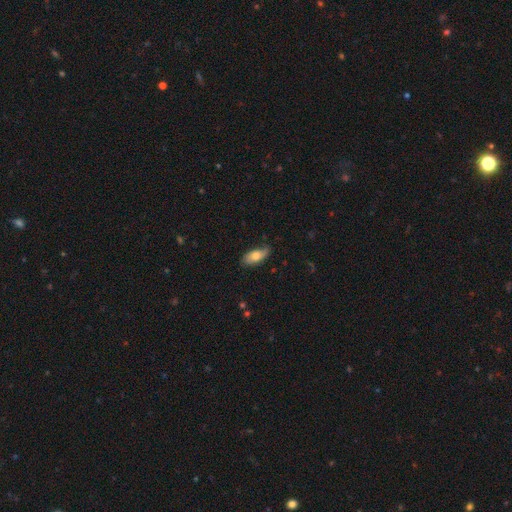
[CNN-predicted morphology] Smooth or featured? smooth (66%)
How rounded? in between (85%)
Merging? none (68%)